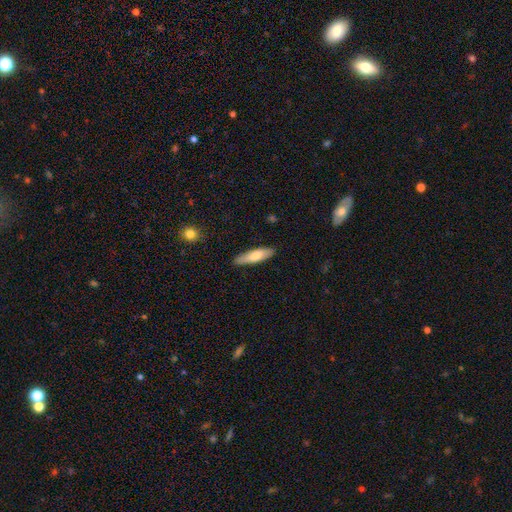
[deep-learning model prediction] Smooth or featured: smooth — 71% (featured or disk — 23%)
How rounded: cigar-shaped — 71% (in between — 28%)
Merging: none — 85% (minor disturbance — 12%)